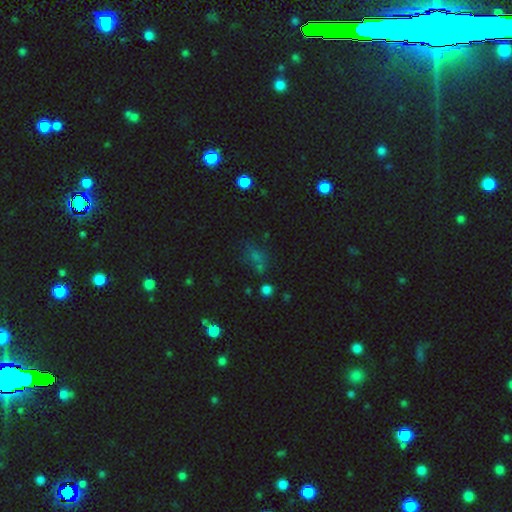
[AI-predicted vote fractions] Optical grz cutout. It shows a smooth galaxy with no disk features (46%). Merging: none (58%).